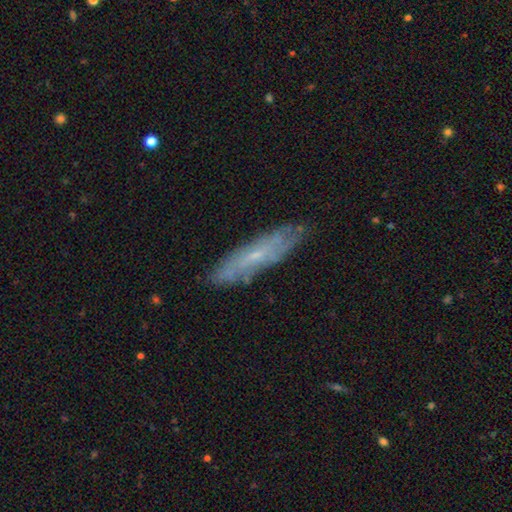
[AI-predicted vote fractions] This appears to be a featured or disk galaxy (58%). Merging: none (80%).